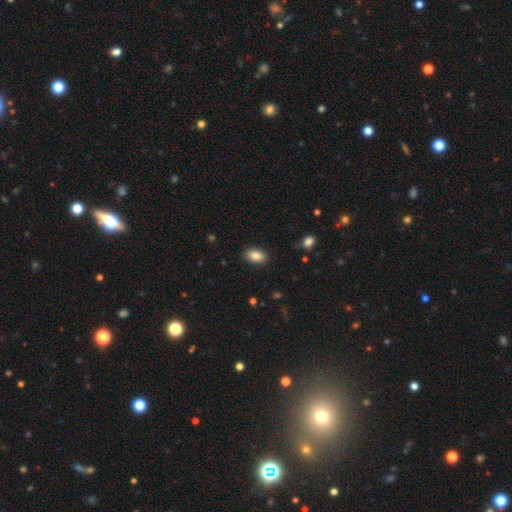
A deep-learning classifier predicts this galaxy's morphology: Q: Smooth or featured?
A: smooth (87%); runner-up: star or artifact (8%)
Q: How rounded?
A: in between (92%); runner-up: round (6%)
Q: Merging?
A: none (87%); runner-up: minor disturbance (9%)